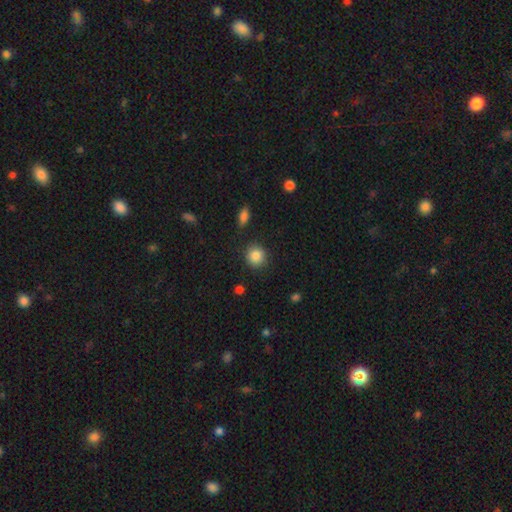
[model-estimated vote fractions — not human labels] Smooth or featured? Predicted: smooth (p=0.86). How rounded? Predicted: round (p=0.89). Merging? Predicted: none (p=0.88).